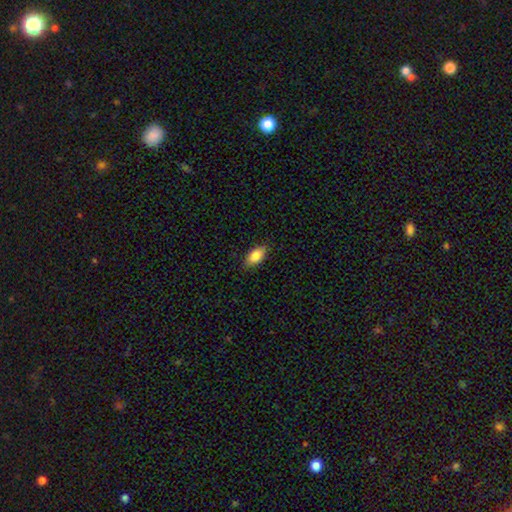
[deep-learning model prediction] Smooth or featured? smooth (86%)
How rounded? in between (91%)
Merging? none (85%)